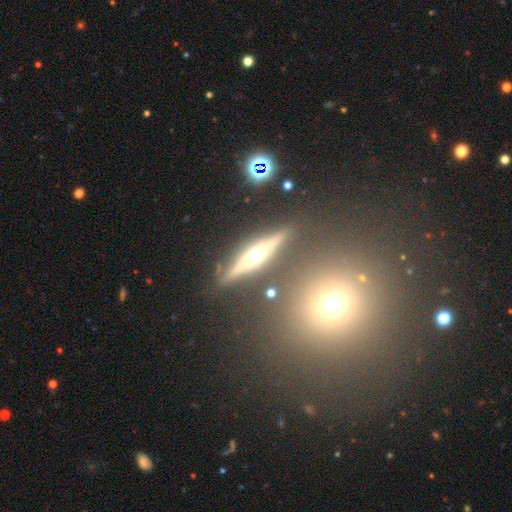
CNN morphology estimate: This appears to be a featured or disk galaxy (72%) viewed edge-on (92%) with a rounded central bulge (91%). Merging: none (82%).